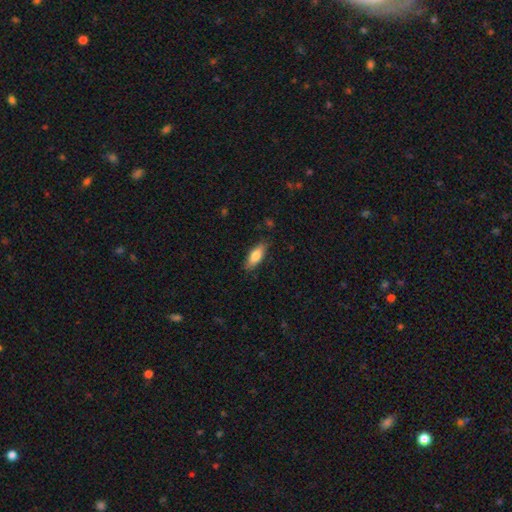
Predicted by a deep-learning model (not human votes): Q: Smooth or featured?
A: smooth (78%); runner-up: featured or disk (16%)
Q: How rounded?
A: in between (74%); runner-up: cigar-shaped (23%)
Q: Merging?
A: none (83%); runner-up: minor disturbance (14%)